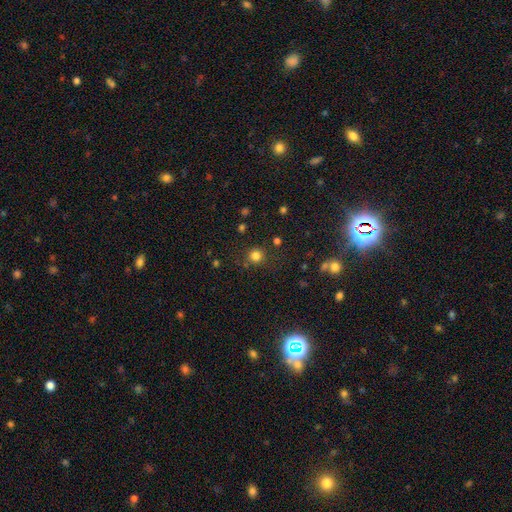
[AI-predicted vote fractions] Smooth or featured?
  - smooth: 80% *
  - star or artifact: 15%
  - featured or disk: 5%
How rounded?
  - round: 93% *
  - in between: 6%
  - cigar-shaped: 1%
Merging?
  - none: 83% *
  - minor disturbance: 10%
  - major disturbance: 4%
  - merger: 4%